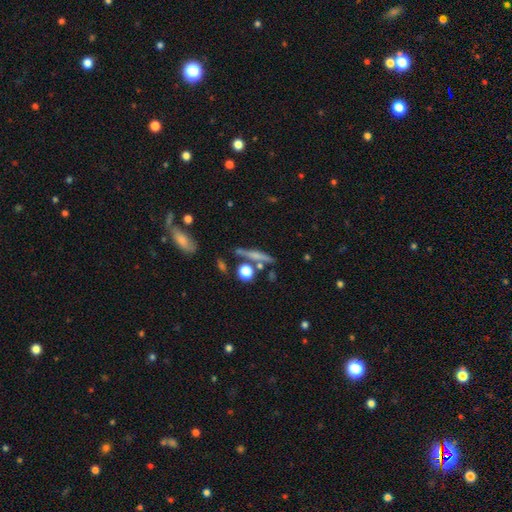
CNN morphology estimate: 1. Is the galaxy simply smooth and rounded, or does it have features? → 48% smooth, 42% featured or disk, 10% star or artifact.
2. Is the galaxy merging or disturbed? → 75% none, 11% minor disturbance, 10% merger, 4% major disturbance.